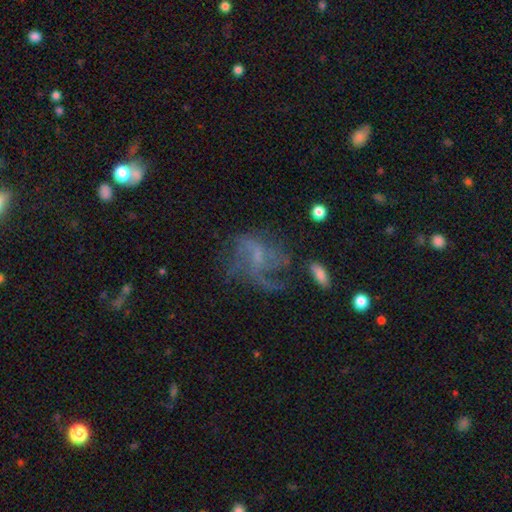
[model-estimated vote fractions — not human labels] smooth-or-featured: featured or disk: 66% | smooth: 19% | star or artifact: 15%
  disk-edge-on: no: 97% | yes: 3%
    bar: no: 56% | weak: 36% | strong: 8%
    has-spiral-arms: yes: 69% | no: 31%
    bulge-size: small: 47% | none: 34% | moderate: 16% | large: 2% | dominant: 1%
  merging: none: 41% | major disturbance: 37% | minor disturbance: 18% | merger: 4%